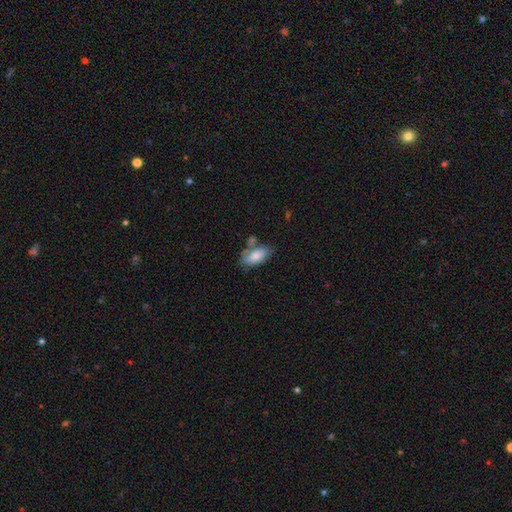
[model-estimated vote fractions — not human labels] Smooth or featured: smooth — 81% (featured or disk — 13%)
How rounded: in between — 92% (cigar-shaped — 5%)
Merging: none — 57% (minor disturbance — 20%)